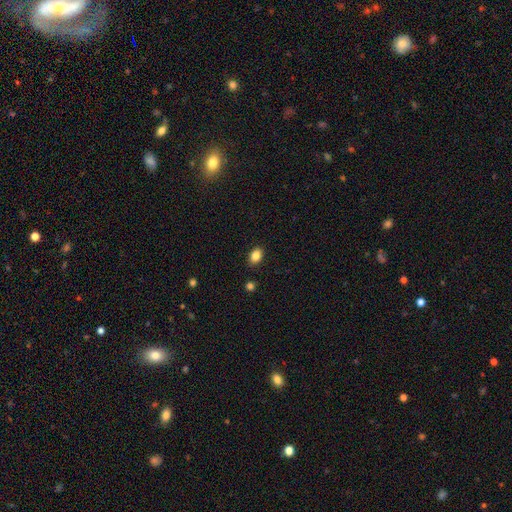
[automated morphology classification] type=smooth (85%); roundness=in between (82%); merging=none (87%).